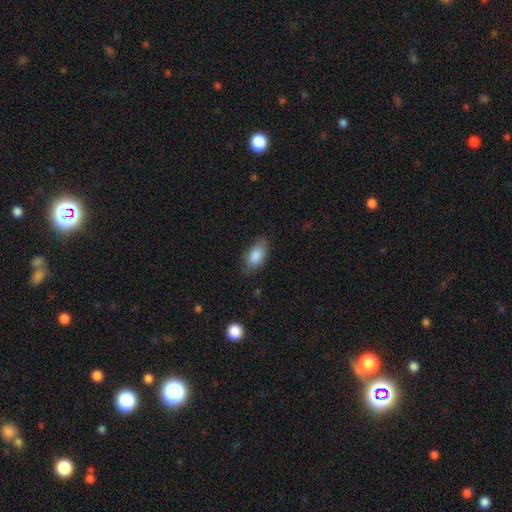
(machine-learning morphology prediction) type=smooth (86%); roundness=in between (91%); merging=none (75%).